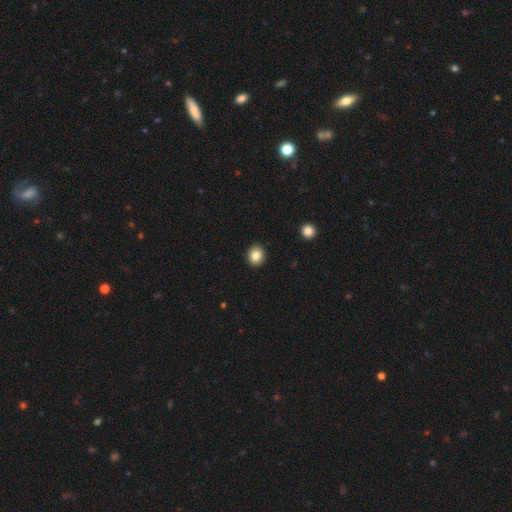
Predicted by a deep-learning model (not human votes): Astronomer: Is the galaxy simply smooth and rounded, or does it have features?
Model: smooth — 85%.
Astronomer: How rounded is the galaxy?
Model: round — 76%.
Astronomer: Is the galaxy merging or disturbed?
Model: none — 92%.